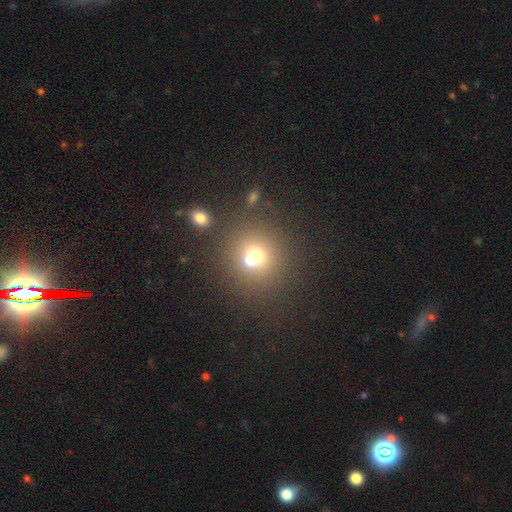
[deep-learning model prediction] Smooth or featured?
  - smooth: 66% *
  - featured or disk: 17%
  - star or artifact: 17%
How rounded?
  - round: 86% *
  - in between: 13%
  - cigar-shaped: 1%
Merging?
  - none: 46% *
  - merger: 42%
  - minor disturbance: 7%
  - major disturbance: 4%